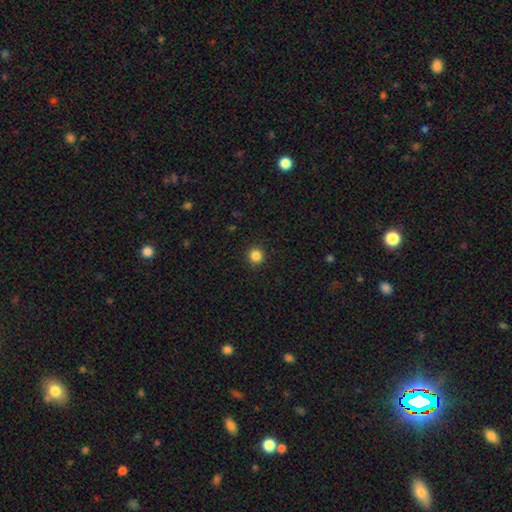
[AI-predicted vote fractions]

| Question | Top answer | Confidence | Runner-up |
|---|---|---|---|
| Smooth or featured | smooth | 85% | star or artifact (11%) |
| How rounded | round | 94% | in between (5%) |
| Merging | none | 92% | minor disturbance (5%) |